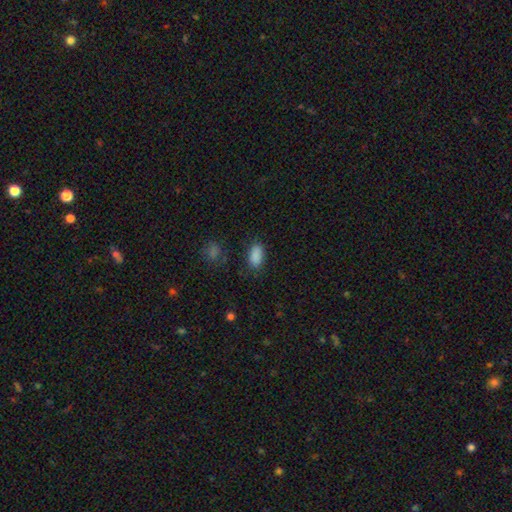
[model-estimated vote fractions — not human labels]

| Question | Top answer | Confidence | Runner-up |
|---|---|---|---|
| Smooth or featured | smooth | 87% | star or artifact (10%) |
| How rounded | in between | 92% | round (5%) |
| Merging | none | 80% | minor disturbance (14%) |